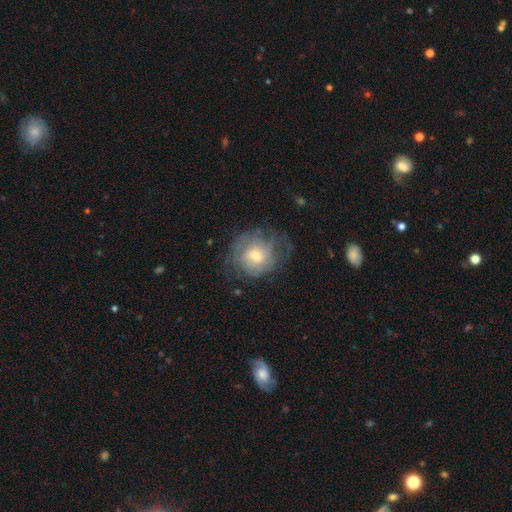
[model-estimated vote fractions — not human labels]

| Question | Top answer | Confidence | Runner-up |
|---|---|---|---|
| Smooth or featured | featured or disk | 58% | smooth (33%) |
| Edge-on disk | no | 97% | yes (3%) |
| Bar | no | 72% | weak (25%) |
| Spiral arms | yes | 72% | no (28%) |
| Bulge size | moderate | 58% | small (32%) |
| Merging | none | 61% | minor disturbance (22%) |